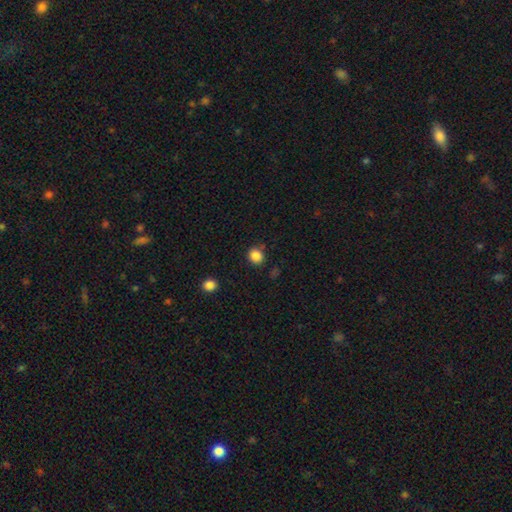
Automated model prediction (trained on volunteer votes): This is clearly a smooth galaxy (86%). How rounded: clearly round (80%). Merging: clearly none (83%).